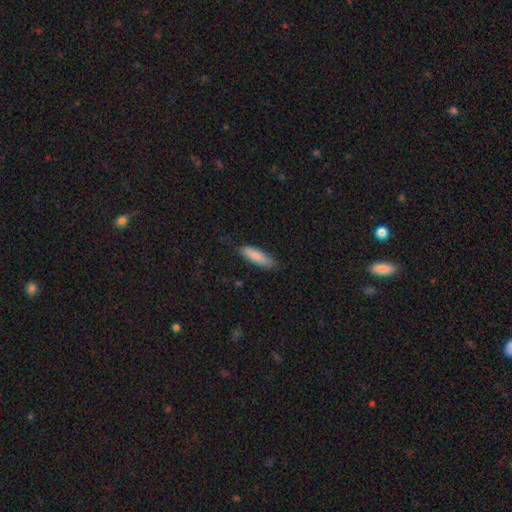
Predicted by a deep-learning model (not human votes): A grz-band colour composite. It shows a smooth galaxy with no disk features (82%) that is cigar-shaped (52%). Merging: none (79%).